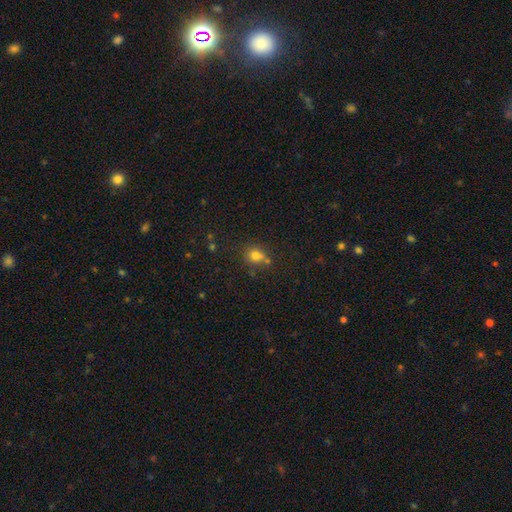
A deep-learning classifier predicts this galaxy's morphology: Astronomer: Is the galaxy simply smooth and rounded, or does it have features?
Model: smooth — 75%.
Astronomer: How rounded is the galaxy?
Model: round — 78%.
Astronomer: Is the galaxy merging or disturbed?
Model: none — 61%.